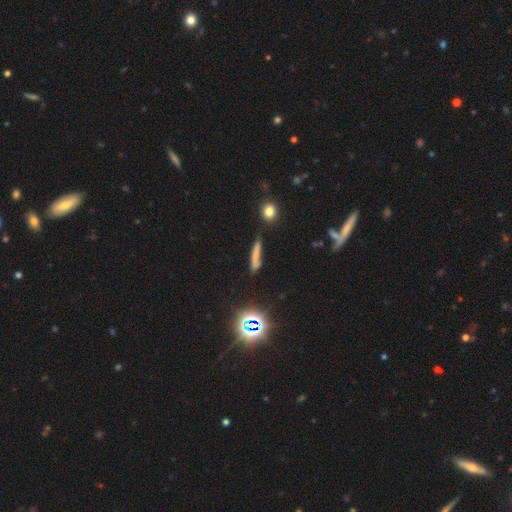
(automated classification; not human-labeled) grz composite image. It shows a smooth galaxy with no disk features (66%) that is cigar-shaped (88%). Merging: none (64%).